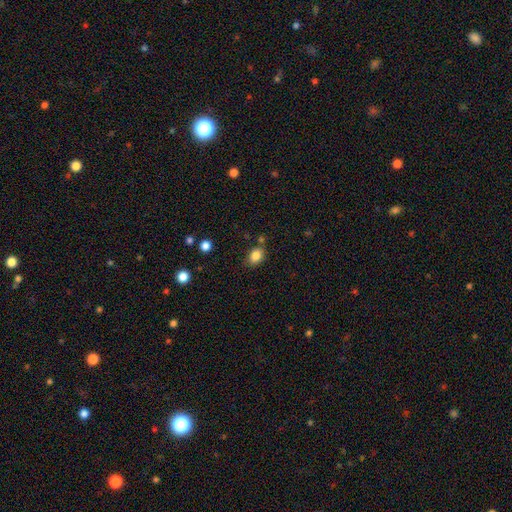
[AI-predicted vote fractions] A smooth galaxy with no disk features (84%) that is in between round and cigar-shaped (68%). Merging: none (76%).